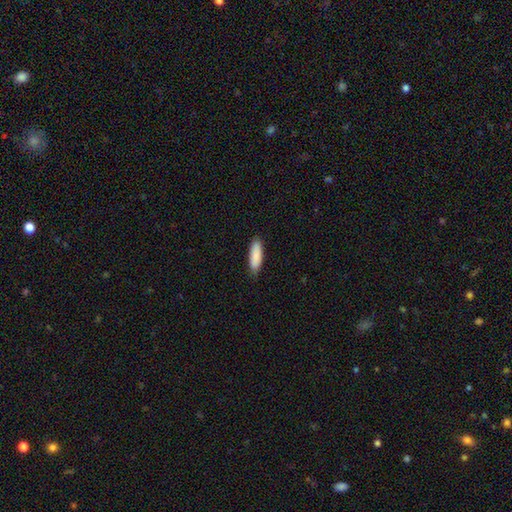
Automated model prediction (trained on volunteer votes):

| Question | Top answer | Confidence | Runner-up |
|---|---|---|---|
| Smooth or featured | smooth | 89% | star or artifact (5%) |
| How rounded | cigar-shaped | 49% | tied: in between (49%) |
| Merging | none | 88% | minor disturbance (10%) |